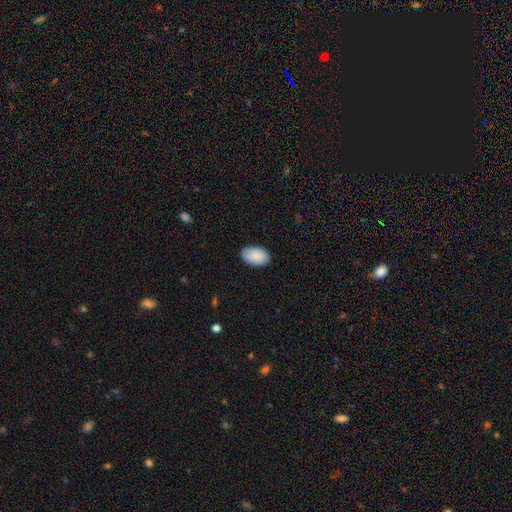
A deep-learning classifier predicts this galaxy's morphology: Smooth or featured?
  - smooth: 89% *
  - star or artifact: 6%
  - featured or disk: 5%
How rounded?
  - in between: 93% *
  - round: 5%
  - cigar-shaped: 1%
Merging?
  - none: 85% *
  - minor disturbance: 12%
  - major disturbance: 2%
  - merger: 1%